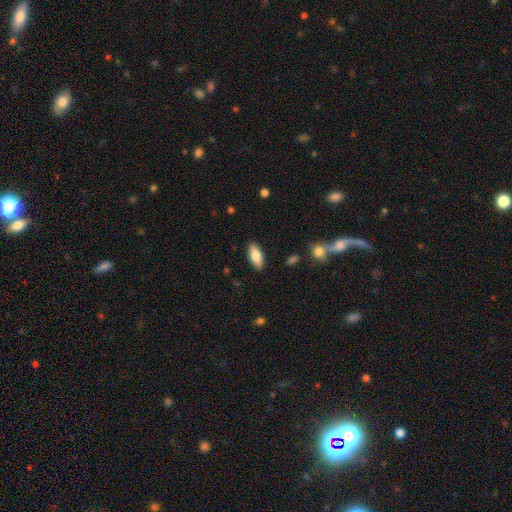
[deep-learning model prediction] Morphology: type=smooth (78%); roundness=in between (81%); merging=none (88%).